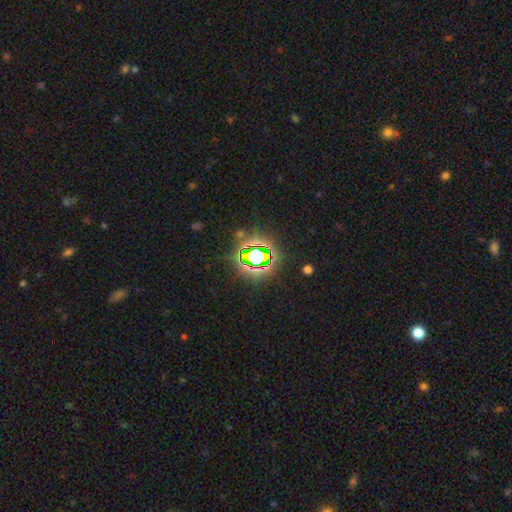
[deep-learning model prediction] A star or artifact, not a galaxy (73%).

Vote fractions:
- Smooth or featured? star or artifact: 73% / smooth: 16% / featured or disk: 10%